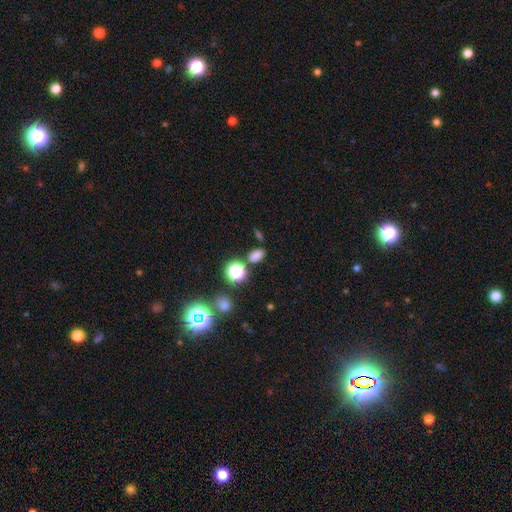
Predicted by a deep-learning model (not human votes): Q: Smooth or featured?
A: smooth (75%); runner-up: star or artifact (20%)
Q: How rounded?
A: in between (77%); runner-up: round (21%)
Q: Merging?
A: none (76%); runner-up: minor disturbance (12%)